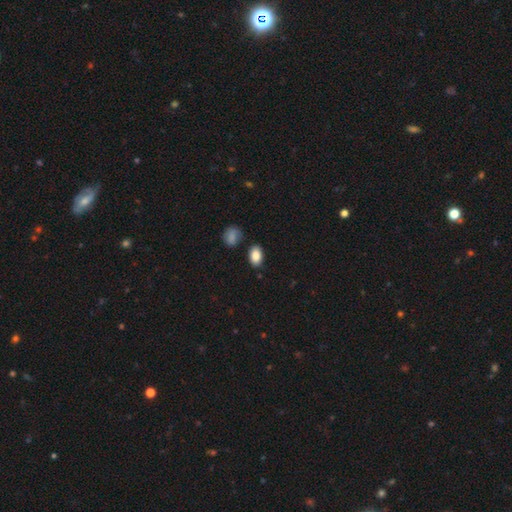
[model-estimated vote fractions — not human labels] A smooth galaxy with no disk features (87%) that is in between round and cigar-shaped (89%). Merging: none (84%).